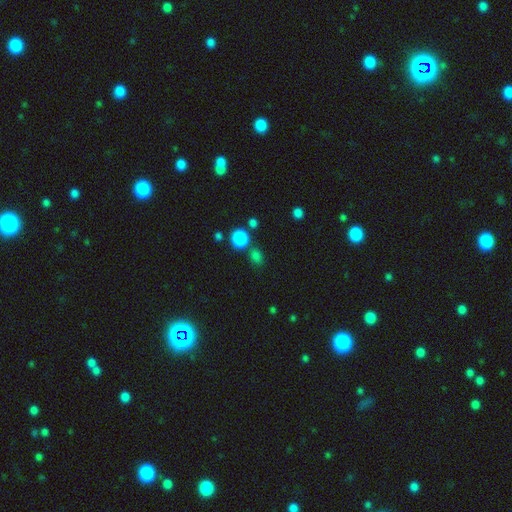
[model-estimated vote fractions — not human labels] This appears to be a smooth galaxy with no disk features (78%) that is round (67%). Merging: none (68%).